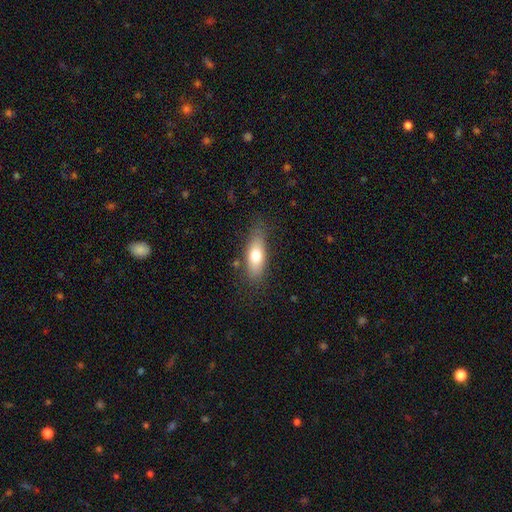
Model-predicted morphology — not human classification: Smooth or featured: smooth — 70% (featured or disk — 22%)
How rounded: in between — 68% (cigar-shaped — 28%)
Merging: none — 77% (minor disturbance — 17%)